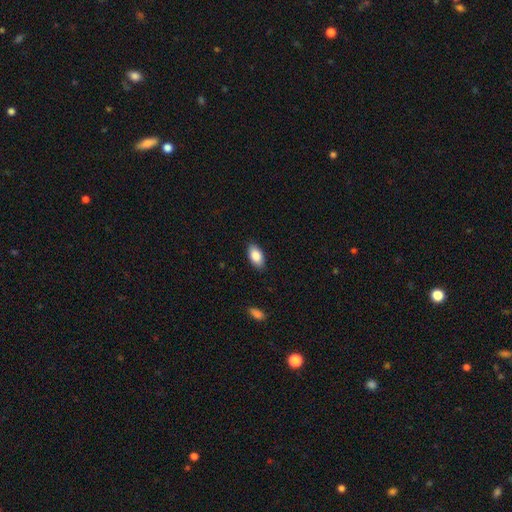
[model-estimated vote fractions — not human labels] A smooth galaxy with no disk features (86%) that is in between round and cigar-shaped (93%). Merging: none (87%).